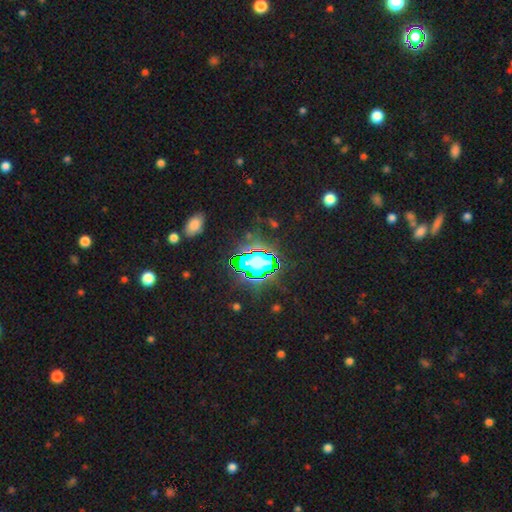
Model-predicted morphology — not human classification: Q: Smooth or featured?
A: star or artifact (75%); runner-up: smooth (16%)